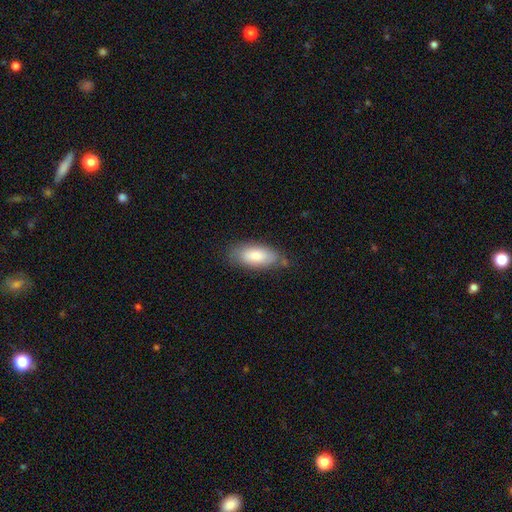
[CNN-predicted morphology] Smooth or featured? Predicted: smooth (p=0.83). How rounded? Predicted: in between (p=0.86). Merging? Predicted: none (p=0.71).